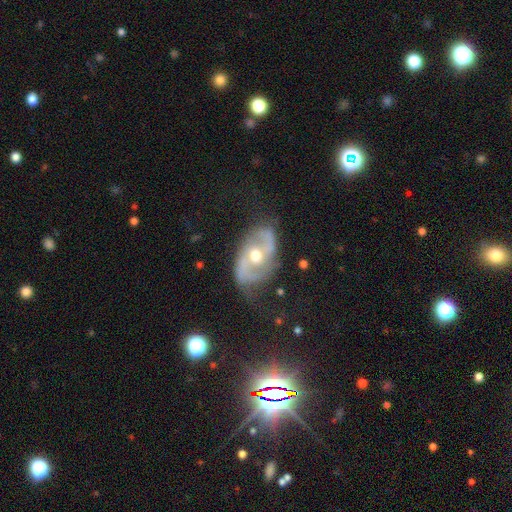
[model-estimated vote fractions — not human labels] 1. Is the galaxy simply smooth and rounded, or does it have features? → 84% featured or disk, 9% smooth, 7% star or artifact.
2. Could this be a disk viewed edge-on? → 96% no, 4% yes.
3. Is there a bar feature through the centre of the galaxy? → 49% no, 35% weak, 15% strong.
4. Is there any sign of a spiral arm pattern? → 92% yes, 8% no.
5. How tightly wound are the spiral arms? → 43% medium, 39% loose, 18% tight.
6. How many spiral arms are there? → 89% 2, 5% can't tell, 2% 3, 2% 1, 1% 4, 1% more than 4.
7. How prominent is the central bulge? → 74% moderate, 19% small, 5% large, 1% none, 1% dominant.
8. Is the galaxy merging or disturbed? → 70% none, 20% minor disturbance, 9% major disturbance, 2% merger.